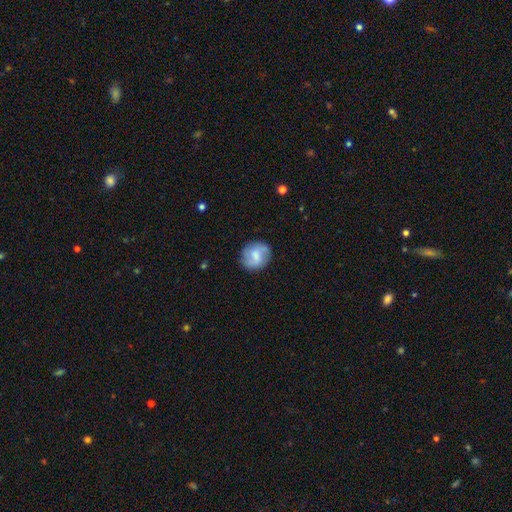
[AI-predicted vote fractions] This appears to be a smooth galaxy with no disk features (51%) that is round (78%). Merging: none (79%).